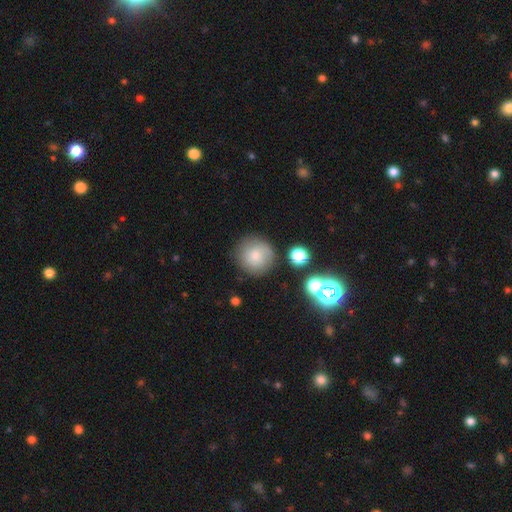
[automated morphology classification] type=smooth (73%); roundness=round (94%); merging=none (81%).